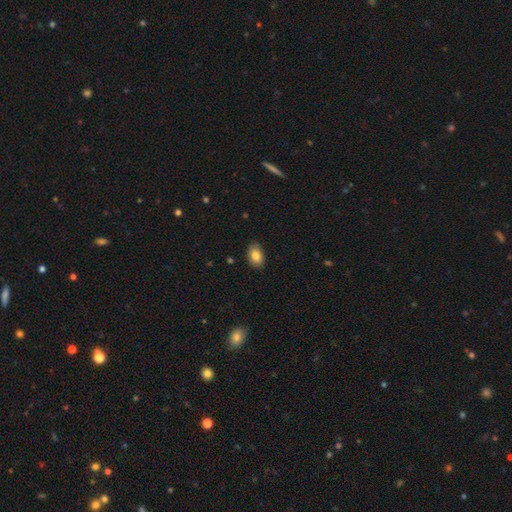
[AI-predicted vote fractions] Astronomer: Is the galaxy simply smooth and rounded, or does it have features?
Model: smooth — 84%.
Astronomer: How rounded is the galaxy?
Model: in between — 86%.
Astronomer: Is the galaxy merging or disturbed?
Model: none — 85%.